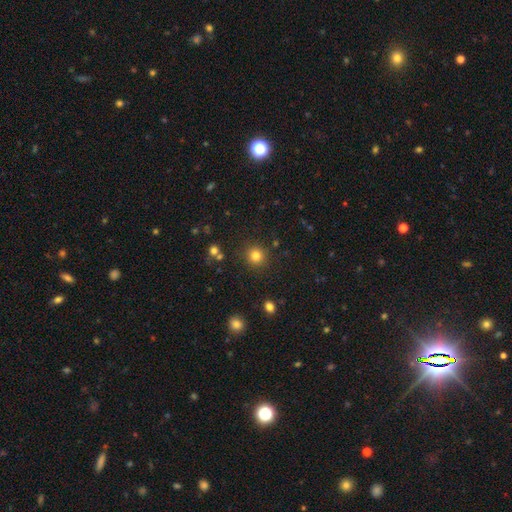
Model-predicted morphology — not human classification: type=smooth (82%); roundness=round (92%); merging=none (88%).